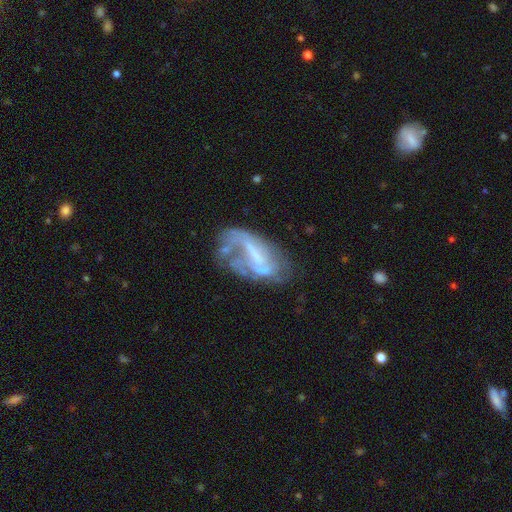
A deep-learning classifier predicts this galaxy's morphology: smooth-or-featured: featured or disk: 69% | smooth: 21% | star or artifact: 10%
  disk-edge-on: no: 95% | yes: 5%
    bar: strong: 37% | weak: 34% | no: 28%
    has-spiral-arms: yes: 51% | no: 49%
    bulge-size: none: 48% | small: 26% | moderate: 21% | large: 4% | dominant: 1%
  merging: none: 35% | major disturbance: 32% | minor disturbance: 23% | merger: 10%